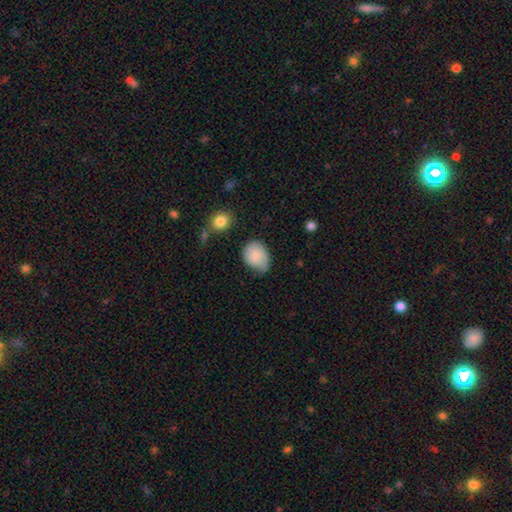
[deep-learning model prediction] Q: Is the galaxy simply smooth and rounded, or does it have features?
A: smooth — 77%.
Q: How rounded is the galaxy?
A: in between — 58%.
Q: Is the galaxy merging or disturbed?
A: none — 51%.